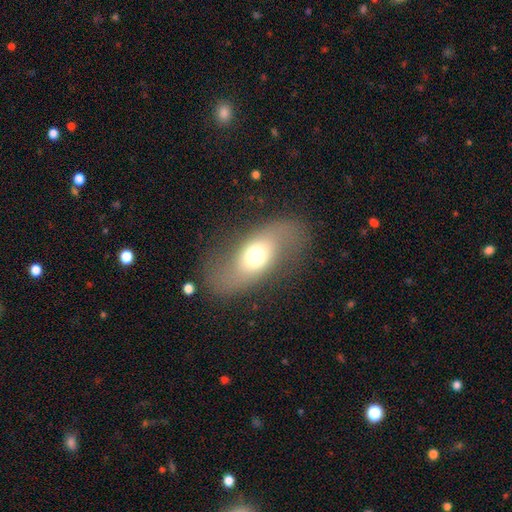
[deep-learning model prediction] featured or disk 50%, smooth 41%, star or artifact 9%. Down the decision tree: edge-on disk — no (88%); merging — none (71%).